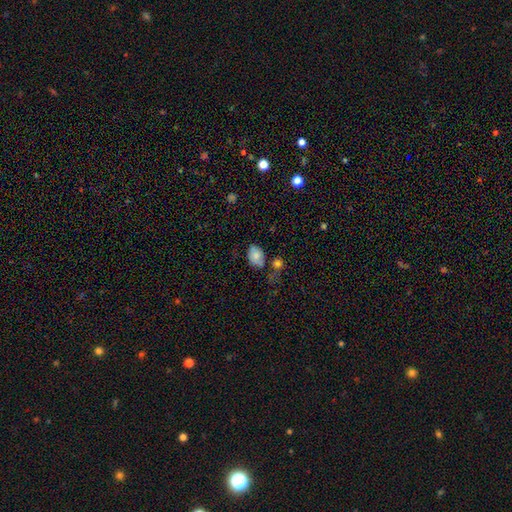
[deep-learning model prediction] A smooth galaxy with no disk features (79%) that is in between round and cigar-shaped (80%). Merging: none (58%).